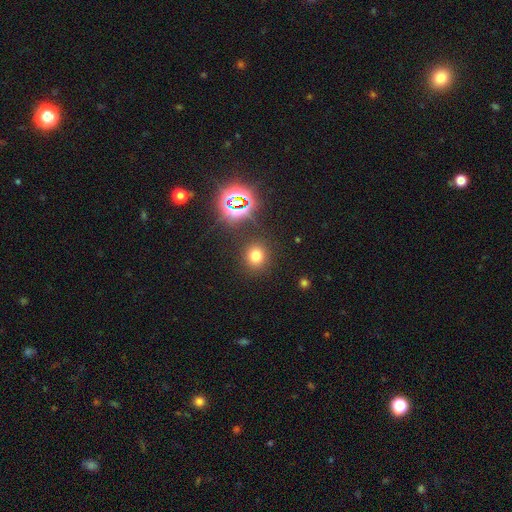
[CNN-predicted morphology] This is likely a smooth galaxy (69%). How rounded: clearly round (82%). Merging: clearly none (87%).